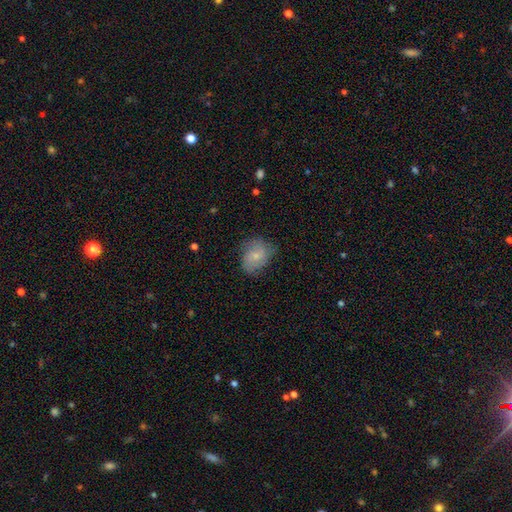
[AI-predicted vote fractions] smooth 58%, featured or disk 34%, star or artifact 8%. Down the decision tree: how rounded — in between (56%); merging — none (68%).